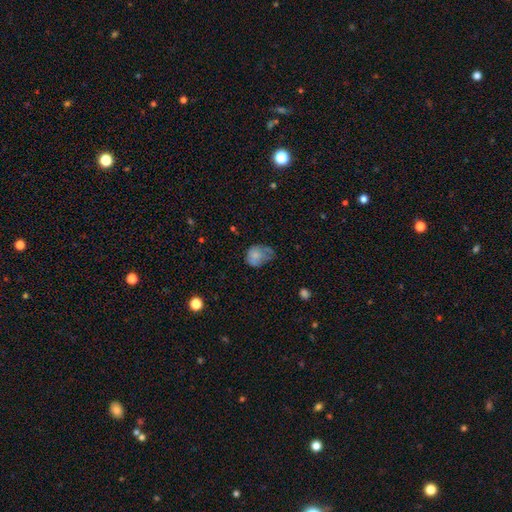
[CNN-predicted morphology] A smooth galaxy with no disk features (69%) that is in between round and cigar-shaped (59%). Merging: minor disturbance (39%).